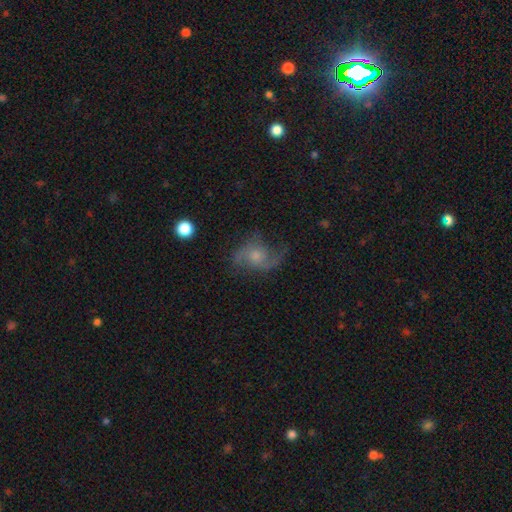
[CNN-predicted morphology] Smooth or featured: featured or disk — 73% (smooth — 16%)
Edge-on disk: no — 97% (yes — 3%)
Bar: no — 70% (weak — 26%)
Spiral arms: yes — 93% (no — 7%)
Spiral winding: loose — 52% (medium — 38%)
Spiral arm count: 2 — 79% (can't tell — 7%)
Bulge size: moderate — 47% (small — 39%)
Merging: none — 65% (minor disturbance — 20%)